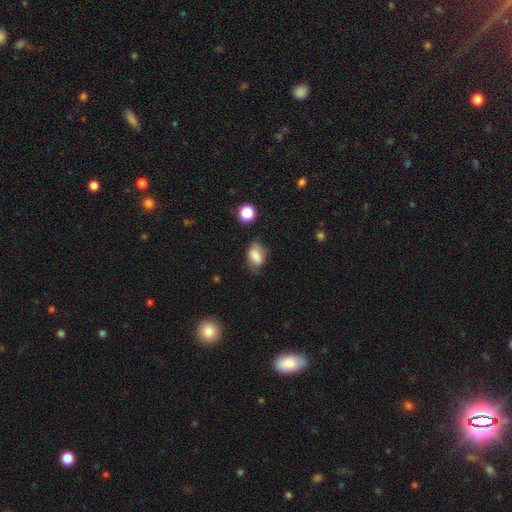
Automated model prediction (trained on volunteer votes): smooth 76%, featured or disk 14%, star or artifact 10%. Down the decision tree: how rounded — in between (84%); merging — none (56%).